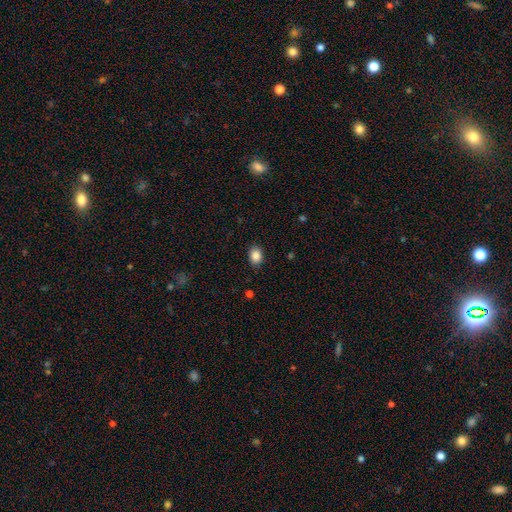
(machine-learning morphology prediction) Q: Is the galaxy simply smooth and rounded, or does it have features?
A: smooth — 87%.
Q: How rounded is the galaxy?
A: in between — 62%.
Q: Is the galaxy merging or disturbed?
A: none — 88%.